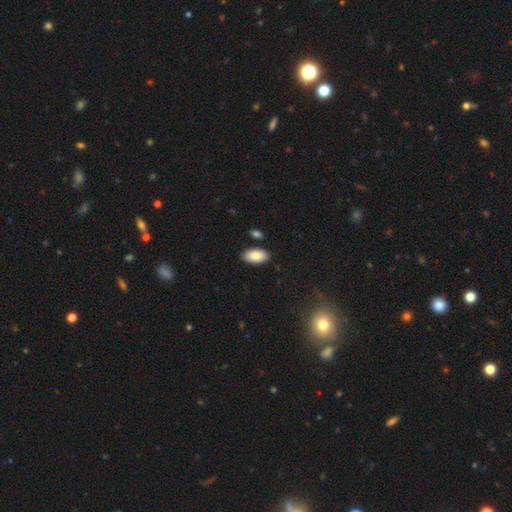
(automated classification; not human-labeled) A smooth galaxy with no disk features (86%) that is in between round and cigar-shaped (95%). Merging: none (85%).